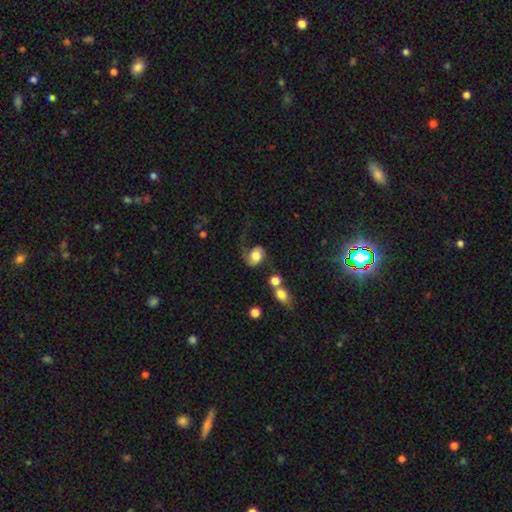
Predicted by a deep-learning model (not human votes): smooth-or-featured: smooth: 47% | featured or disk: 44% | star or artifact: 9%
  merging: major disturbance: 37% | none: 34% | minor disturbance: 19% | merger: 11%